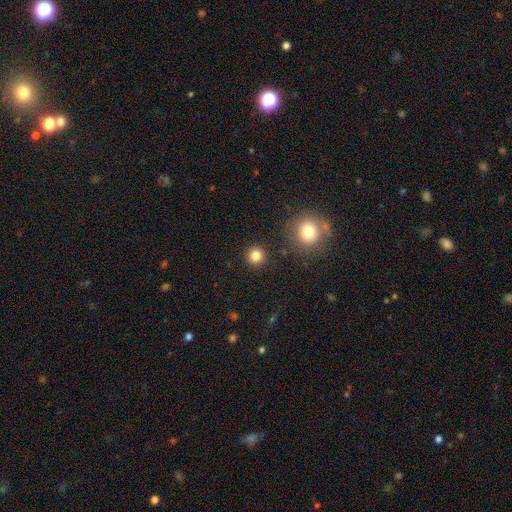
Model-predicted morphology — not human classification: A smooth galaxy with no disk features (82%) that is round (94%). Merging: none (90%).